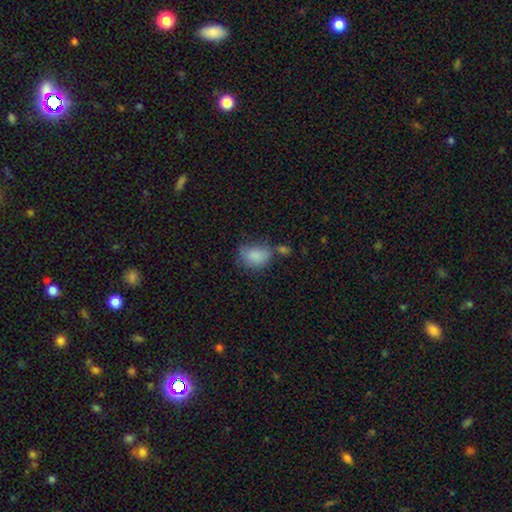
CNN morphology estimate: smooth-or-featured: smooth: 82% | star or artifact: 9% | featured or disk: 9%
  how-rounded: in between: 71% | round: 28% | cigar-shaped: 1%
  merging: none: 43% | minor disturbance: 28% | major disturbance: 15% | merger: 14%